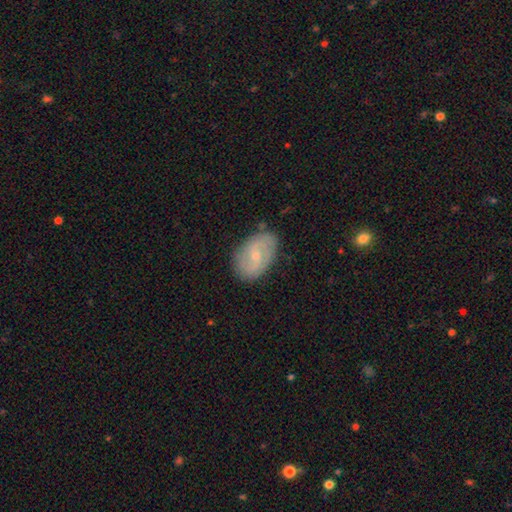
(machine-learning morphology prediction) Smooth or featured? featured or disk (70%)
Edge-on disk? no (97%)
Bar? weak (52%)
Spiral arms? yes (90%)
Spiral winding? medium (46%)
Spiral arm count? 2 (78%)
Bulge size? small (62%)
Merging? none (78%)